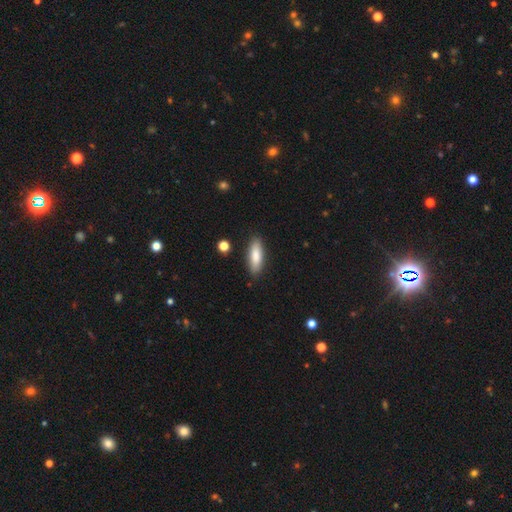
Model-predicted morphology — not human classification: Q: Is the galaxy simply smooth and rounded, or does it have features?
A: smooth — 82%.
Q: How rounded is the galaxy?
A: in between — 58%.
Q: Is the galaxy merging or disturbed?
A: none — 86%.